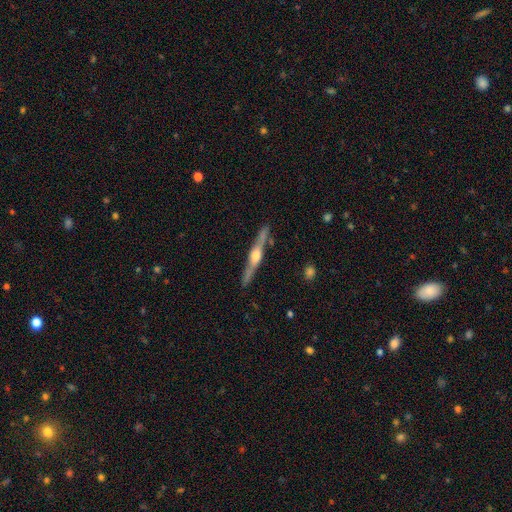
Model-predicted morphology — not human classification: featured or disk 76%, smooth 19%, star or artifact 5%. Down the decision tree: edge-on disk — yes (97%); edge-on bulge — rounded (90%); merging — none (85%).